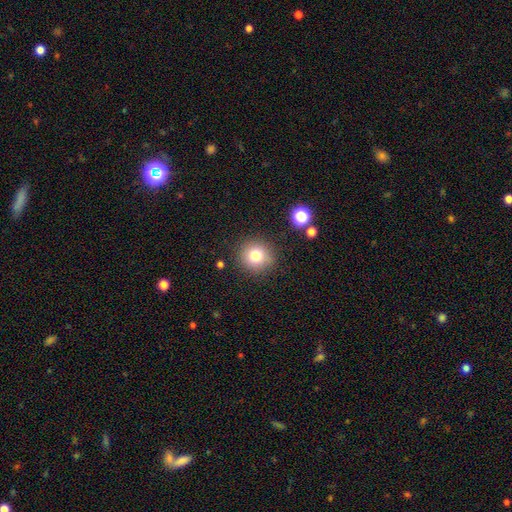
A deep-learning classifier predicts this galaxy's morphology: Smooth or featured: smooth — 78% (star or artifact — 13%)
How rounded: round — 92% (in between — 7%)
Merging: none — 88% (minor disturbance — 8%)